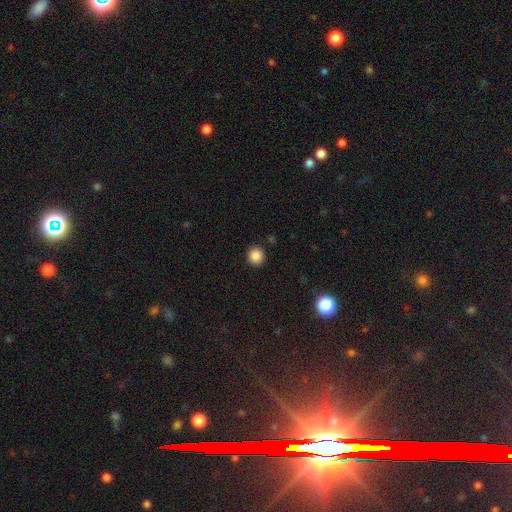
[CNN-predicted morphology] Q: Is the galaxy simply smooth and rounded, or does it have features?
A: smooth — 87%.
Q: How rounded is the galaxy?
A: round — 91%.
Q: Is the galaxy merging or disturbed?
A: none — 91%.